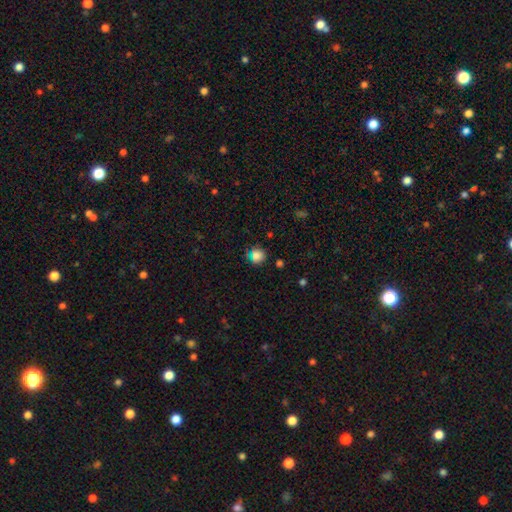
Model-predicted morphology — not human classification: Smooth or featured? Predicted: smooth (p=0.76). How rounded? Predicted: round (p=0.89). Merging? Predicted: none (p=0.79).